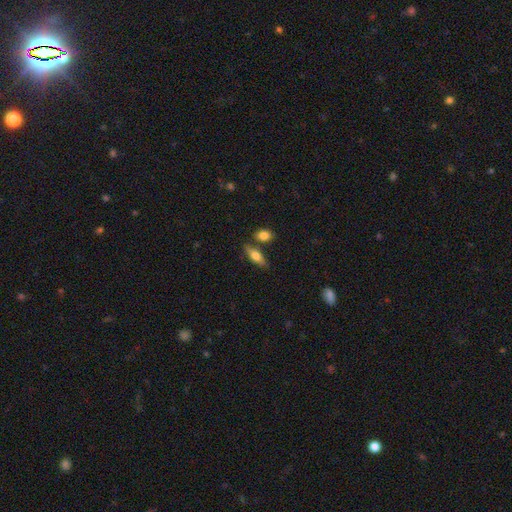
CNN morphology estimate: Smooth or featured? smooth (64%)
How rounded? in between (65%)
Merging? none (71%)